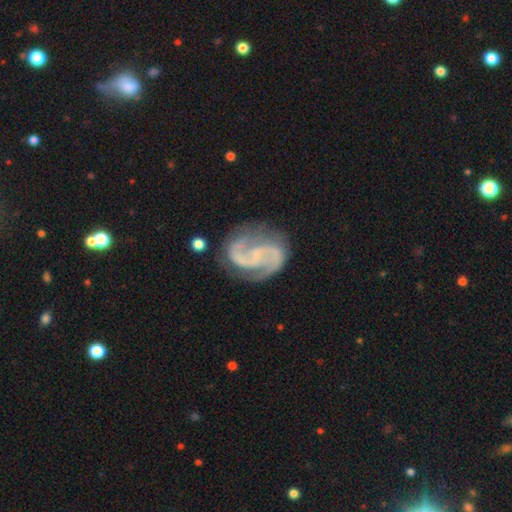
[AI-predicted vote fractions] Q: Smooth or featured?
A: featured or disk (91%); runner-up: star or artifact (5%)
Q: Edge-on disk?
A: no (98%); runner-up: yes (2%)
Q: Bar?
A: no (43%); runner-up: weak (40%)
Q: Spiral arms?
A: yes (98%); runner-up: no (2%)
Q: Spiral winding?
A: medium (57%); runner-up: tight (26%)
Q: Spiral arm count?
A: 2 (86%); runner-up: 3 (7%)
Q: Bulge size?
A: small (60%); runner-up: none (28%)
Q: Merging?
A: none (78%); runner-up: minor disturbance (14%)